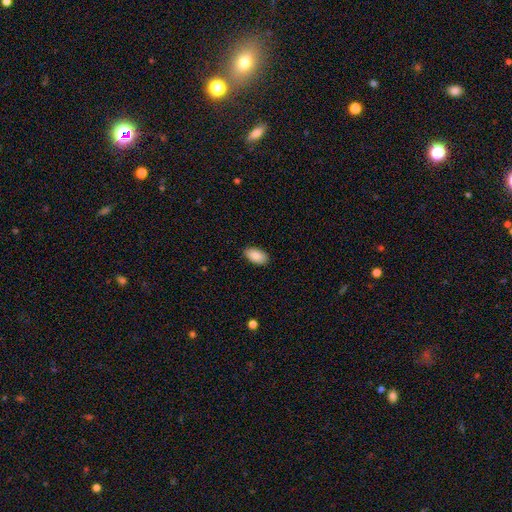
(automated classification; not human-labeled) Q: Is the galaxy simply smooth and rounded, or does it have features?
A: smooth — 86%.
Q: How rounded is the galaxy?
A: in between — 94%.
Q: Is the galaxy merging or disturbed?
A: none — 87%.